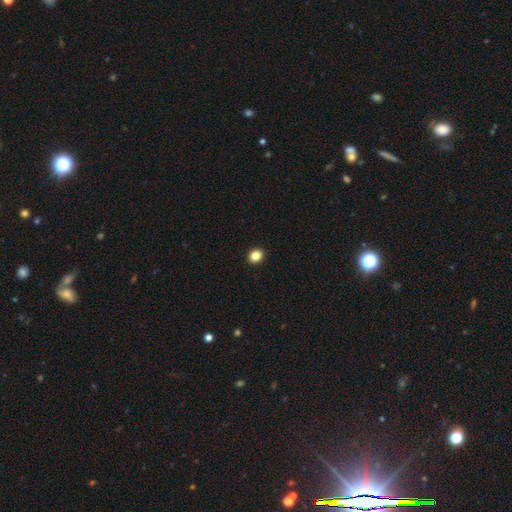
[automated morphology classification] Smooth or featured?
  - smooth: 86% *
  - star or artifact: 11%
  - featured or disk: 3%
How rounded?
  - round: 79% *
  - in between: 20%
  - cigar-shaped: 1%
Merging?
  - none: 93% *
  - minor disturbance: 4%
  - major disturbance: 1%
  - merger: 1%